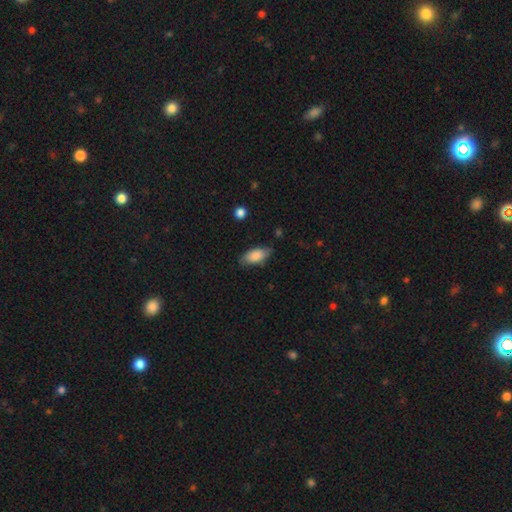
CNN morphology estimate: smooth 83%, featured or disk 10%, star or artifact 7%. Down the decision tree: how rounded — in between (88%); merging — none (76%).